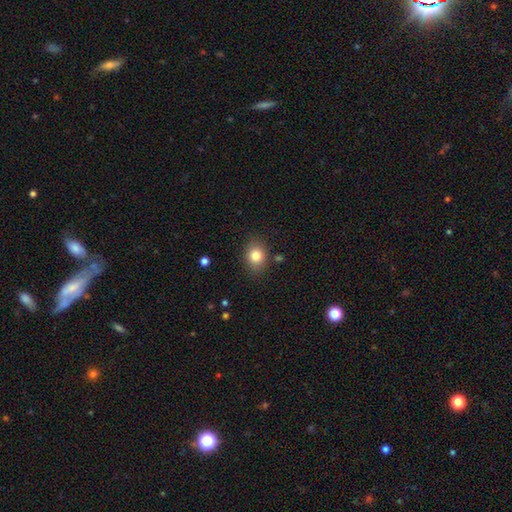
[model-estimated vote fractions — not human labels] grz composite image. It shows a smooth galaxy with no disk features (82%) that is round (52%). Merging: none (84%).